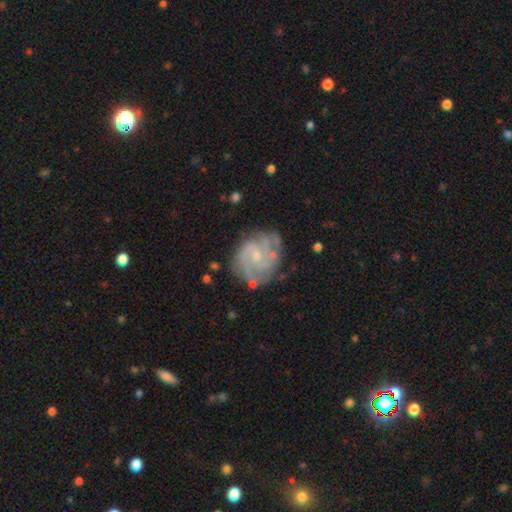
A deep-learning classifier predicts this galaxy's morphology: featured or disk 83%, smooth 11%, star or artifact 6%. Down the decision tree: edge-on disk — no (98%); bar — no (59%); spiral arms — yes (94%); spiral arm count — 2 (37%); spiral winding — tight (50%); bulge size — small (72%); merging — none (70%).